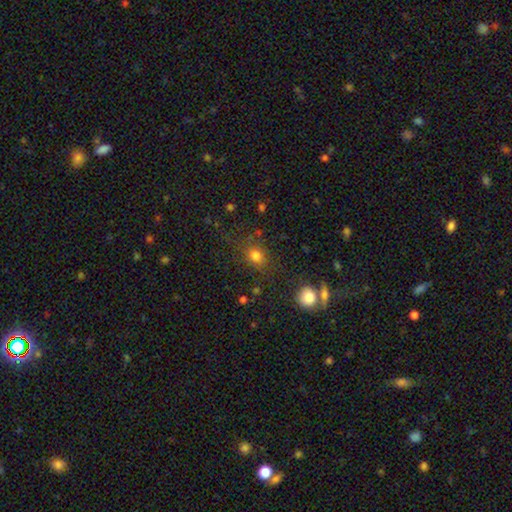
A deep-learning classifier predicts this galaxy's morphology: This appears to be a smooth galaxy with no disk features (77%) that is round (70%). Merging: none (75%).